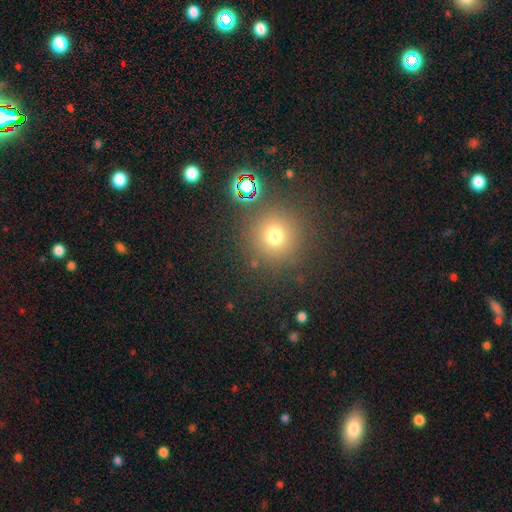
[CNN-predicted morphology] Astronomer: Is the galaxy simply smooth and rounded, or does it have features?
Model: smooth — 58% (runner-up: star or artifact, 33%).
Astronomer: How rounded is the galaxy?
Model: round — 94%.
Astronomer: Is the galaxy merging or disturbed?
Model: none — 86%.